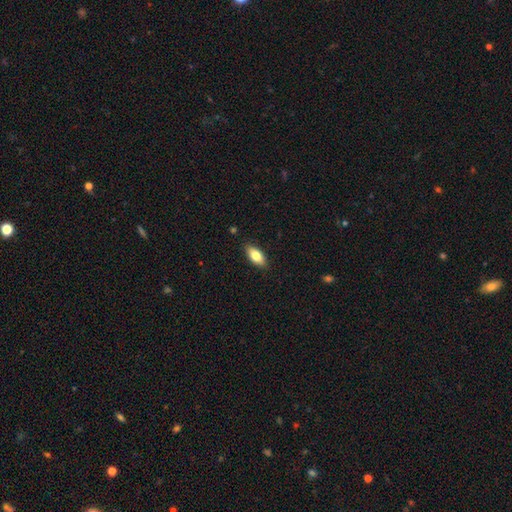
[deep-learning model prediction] Smooth or featured: smooth — 79% (featured or disk — 14%)
How rounded: in between — 85% (cigar-shaped — 12%)
Merging: none — 87% (minor disturbance — 10%)